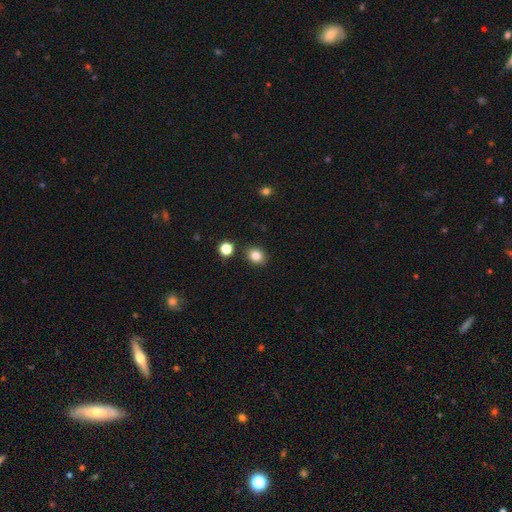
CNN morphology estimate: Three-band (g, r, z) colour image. It shows a smooth galaxy with no disk features (82%) that is round (59%). Merging: none (87%).